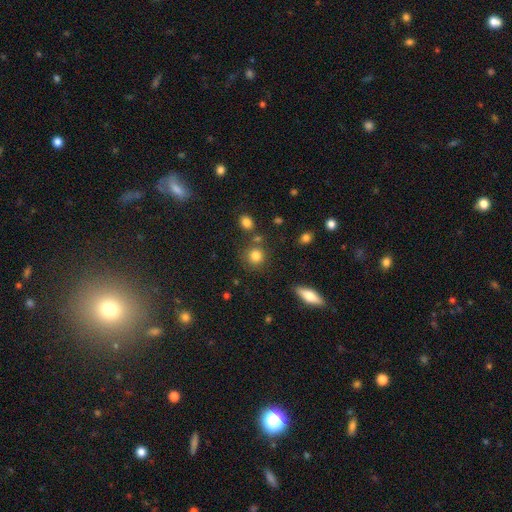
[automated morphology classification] smooth 81%, star or artifact 12%, featured or disk 8%. Down the decision tree: how rounded — round (88%); merging — none (77%).